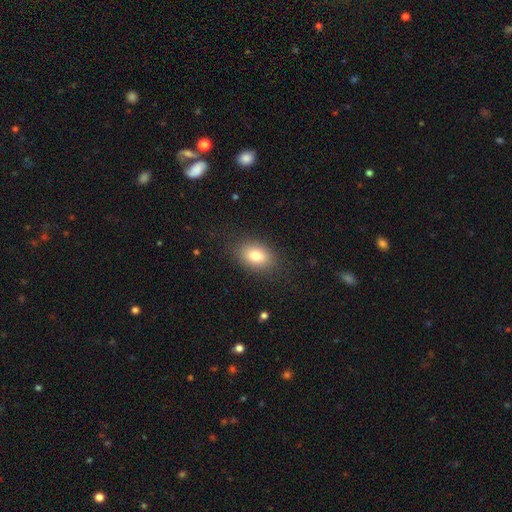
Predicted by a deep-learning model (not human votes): A smooth galaxy with no disk features (80%) that is in between round and cigar-shaped (80%). Merging: none (85%).